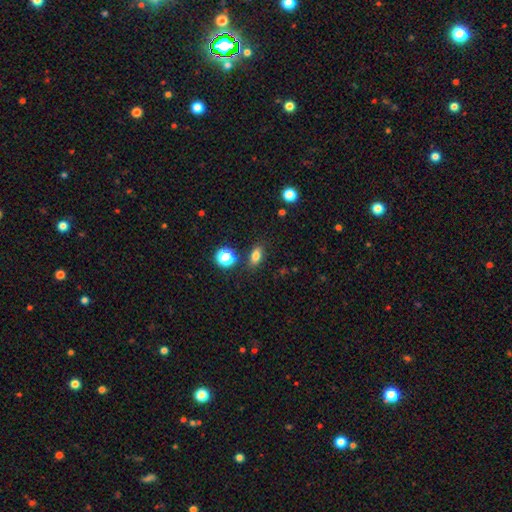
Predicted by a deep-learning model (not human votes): smooth 79%, star or artifact 13%, featured or disk 8%. Down the decision tree: how rounded — in between (78%); merging — none (83%).